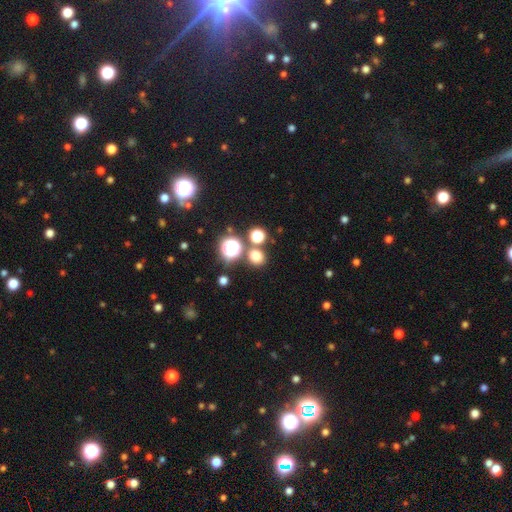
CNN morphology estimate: Smooth or featured?
  - smooth: 70% *
  - star or artifact: 23%
  - featured or disk: 6%
How rounded?
  - round: 80% *
  - in between: 19%
  - cigar-shaped: 1%
Merging?
  - none: 75% *
  - merger: 14%
  - minor disturbance: 8%
  - major disturbance: 3%